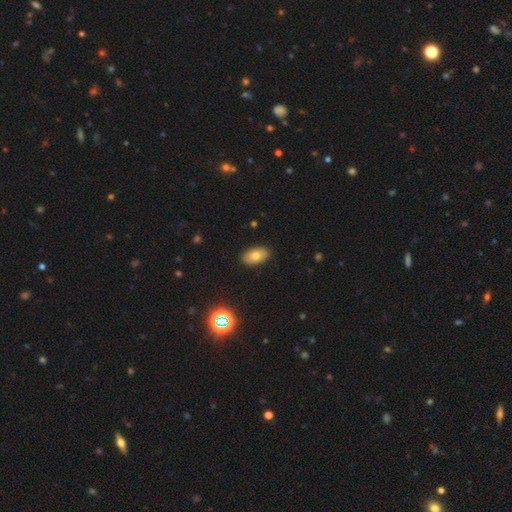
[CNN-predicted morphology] This appears to be a smooth galaxy with no disk features (75%) that is in between round and cigar-shaped (92%). Merging: none (89%).